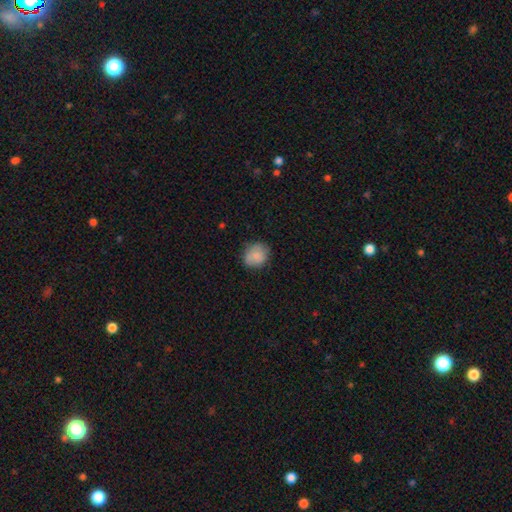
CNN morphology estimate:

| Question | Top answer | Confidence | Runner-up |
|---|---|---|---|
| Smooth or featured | smooth | 82% | featured or disk (10%) |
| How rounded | round | 69% | in between (30%) |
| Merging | none | 75% | minor disturbance (19%) |